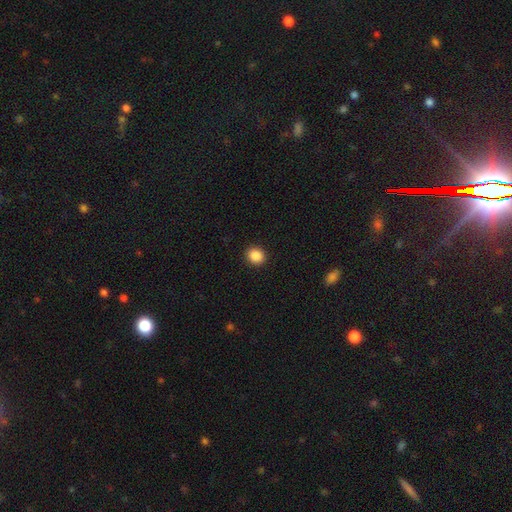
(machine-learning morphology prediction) smooth-or-featured: smooth: 88% | star or artifact: 9% | featured or disk: 3%
  how-rounded: round: 82% | in between: 17% | cigar-shaped: 1%
  merging: none: 92% | minor disturbance: 5% | major disturbance: 2% | merger: 1%